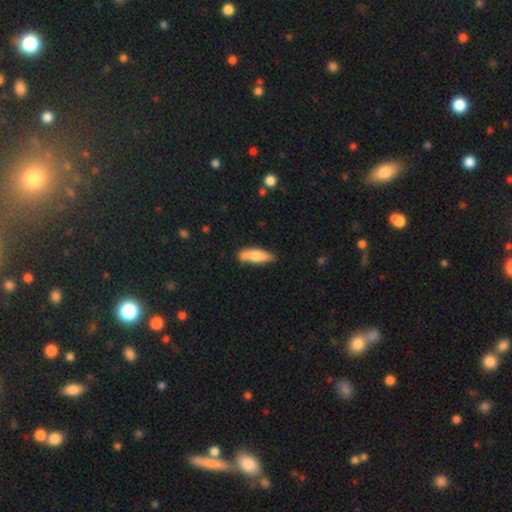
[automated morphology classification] This is likely a smooth galaxy (69%). How rounded: possibly cigar-shaped (57%). Merging: likely none (74%).